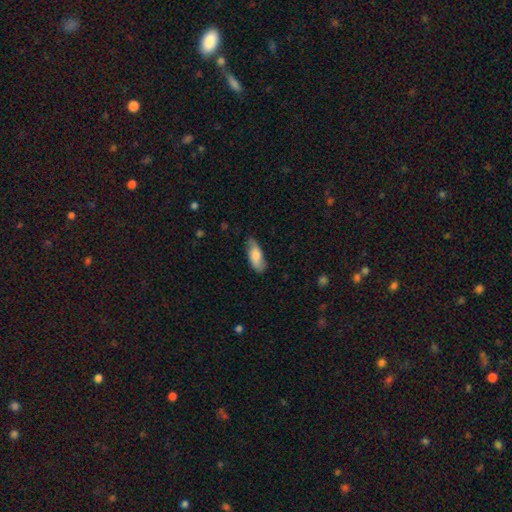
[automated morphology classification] smooth_or_featured: smooth (p=0.75) [alt: featured or disk p=0.19]
how_rounded: in between (p=0.79) [alt: cigar-shaped p=0.19]
merging: none (p=0.73) [alt: minor disturbance p=0.22]